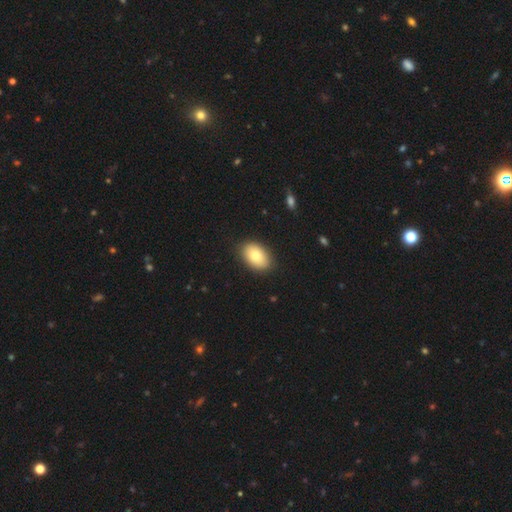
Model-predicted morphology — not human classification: Smooth or featured: smooth — 81% (featured or disk — 12%)
How rounded: in between — 88% (round — 11%)
Merging: none — 88% (minor disturbance — 9%)